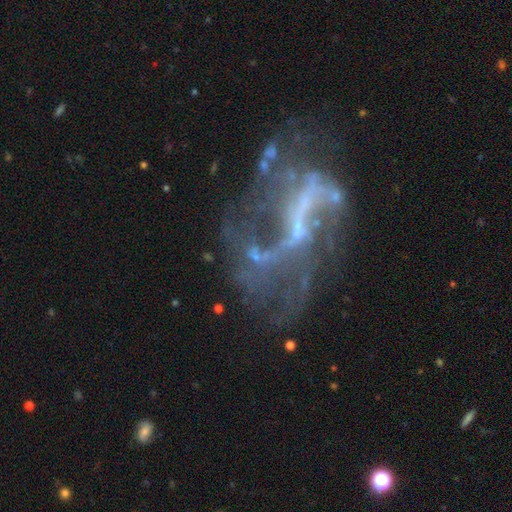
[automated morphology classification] This is likely a featured or disk galaxy (74%). It is clearly not viewed edge-on (95%). Bar: marginally strong (40%). Spiral arm pattern: likely yes (63%). Central bulge: possibly none (51%). Merging: marginally none (42%).